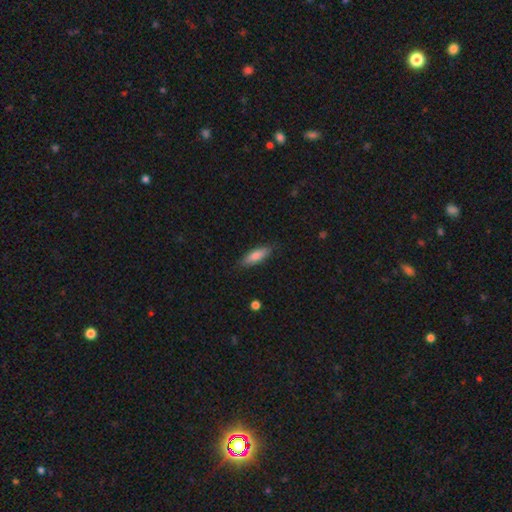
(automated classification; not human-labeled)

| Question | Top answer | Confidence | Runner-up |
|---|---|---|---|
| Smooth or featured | smooth | 78% | featured or disk (16%) |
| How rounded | in between | 49% | tied: cigar-shaped (49%) |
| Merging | none | 85% | minor disturbance (11%) |